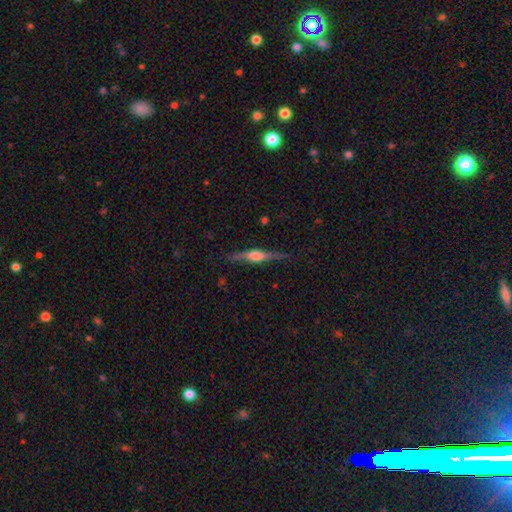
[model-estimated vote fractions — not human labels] Smooth or featured? Predicted: featured or disk (p=0.71). Edge-on disk? Predicted: yes (p=0.97). Edge-on bulge? Predicted: rounded (p=0.80). Merging? Predicted: none (p=0.84).